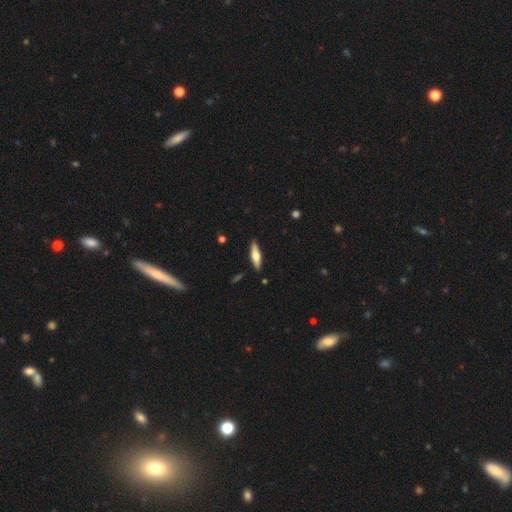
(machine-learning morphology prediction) smooth-or-featured: smooth: 48% | featured or disk: 46% | star or artifact: 6%
  merging: none: 88% | minor disturbance: 8% | major disturbance: 2% | merger: 1%